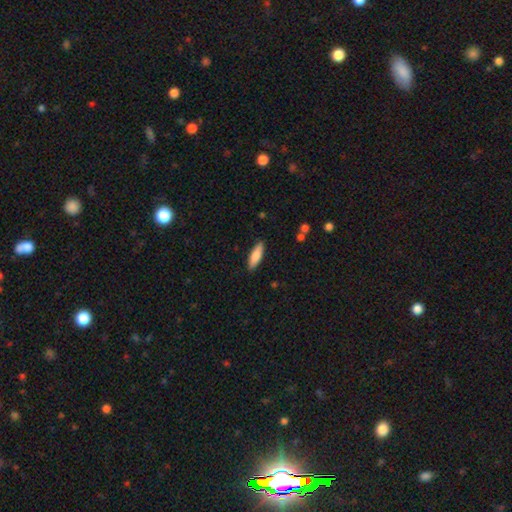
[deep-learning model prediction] smooth_or_featured: smooth (p=0.83) [alt: featured or disk p=0.11]
how_rounded: cigar-shaped (p=0.51) [alt: in between p=0.47]
merging: none (p=0.88) [alt: minor disturbance p=0.09]